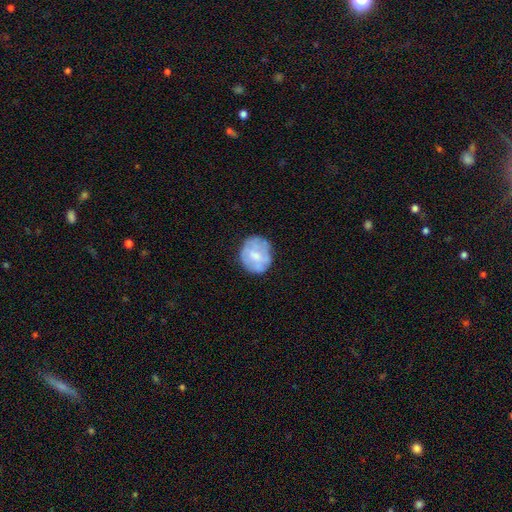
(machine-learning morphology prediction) type=smooth (56%); roundness=round (70%); merging=none (72%).